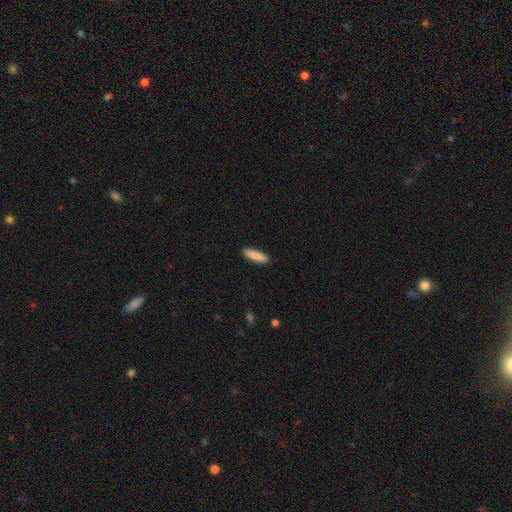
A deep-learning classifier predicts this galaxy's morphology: Q: Smooth or featured?
A: smooth (88%); runner-up: featured or disk (7%)
Q: How rounded?
A: cigar-shaped (74%); runner-up: in between (24%)
Q: Merging?
A: none (91%); runner-up: minor disturbance (7%)